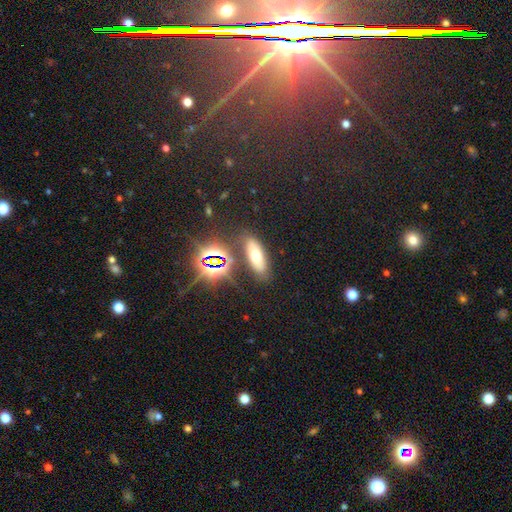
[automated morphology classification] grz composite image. It shows a smooth galaxy with no disk features (53%) that is in between round and cigar-shaped (66%). Merging: none (81%).